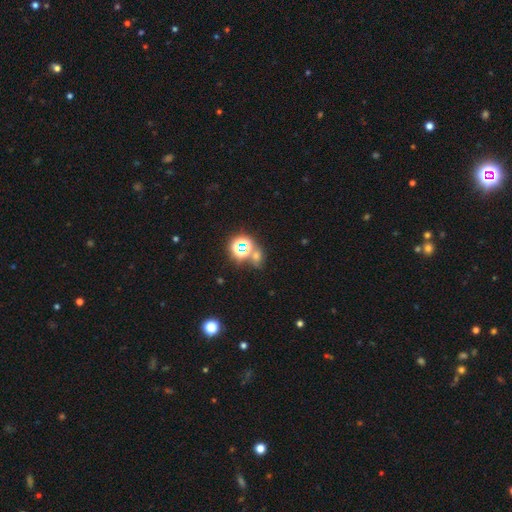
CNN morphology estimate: Smooth or featured? Predicted: star or artifact (p=0.49).